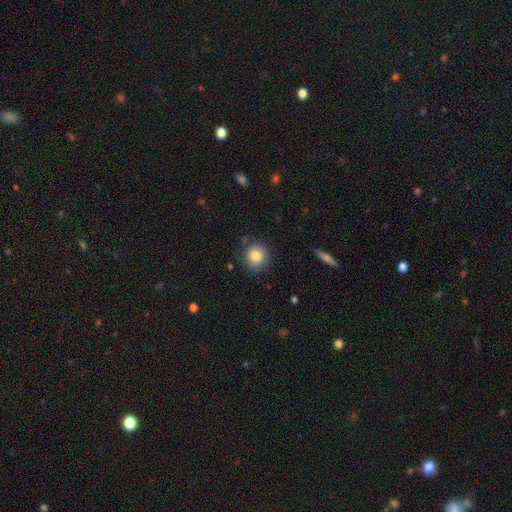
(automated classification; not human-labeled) A smooth galaxy with no disk features (83%) that is round (89%). Merging: none (85%).